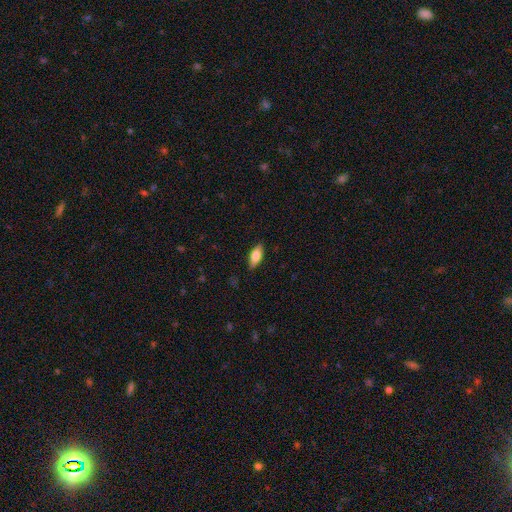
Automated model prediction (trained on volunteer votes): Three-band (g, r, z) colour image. It shows a smooth galaxy with no disk features (73%) that is in between round and cigar-shaped (80%). Merging: none (86%).